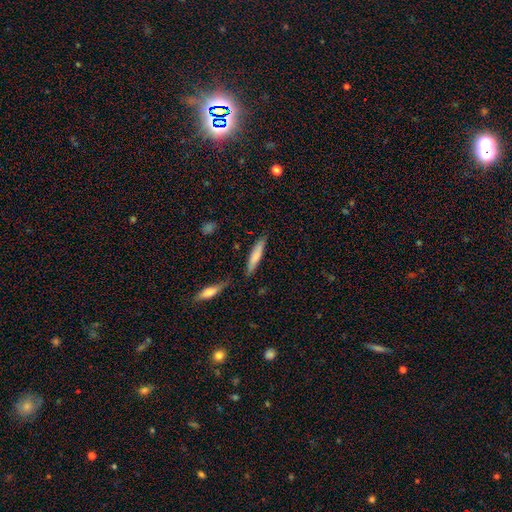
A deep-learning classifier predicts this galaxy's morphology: This is likely a smooth galaxy (74%). How rounded: clearly cigar-shaped (87%). Merging: clearly none (81%).